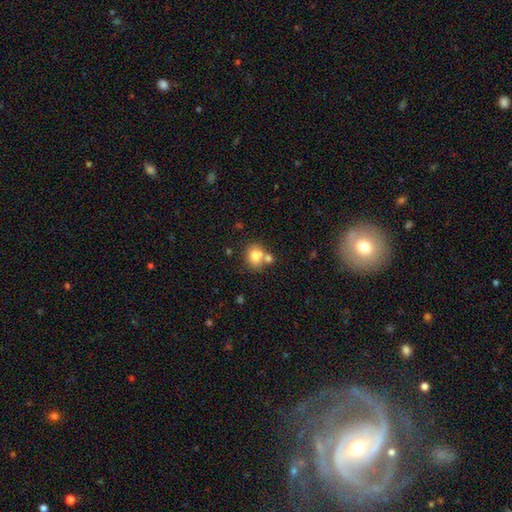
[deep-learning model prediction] smooth 77%, featured or disk 13%, star or artifact 10%. Down the decision tree: how rounded — round (64%); merging — none (48%).